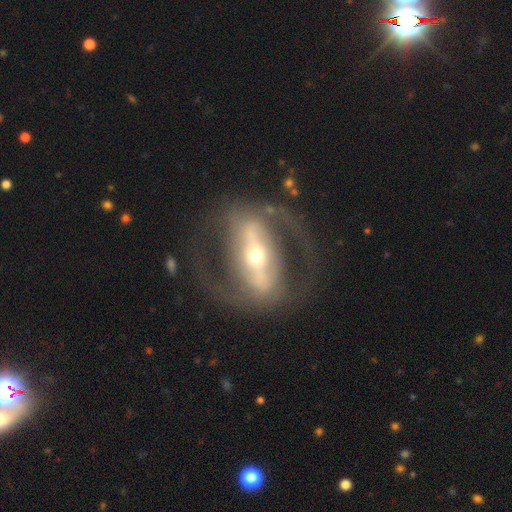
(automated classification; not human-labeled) The model was most divided on "bulge size": small: 48%, moderate: 45%, large: 5%, dominant: 1%, none: 1%. More confident: edge-on disk — no (88%); smooth or featured — featured or disk (84%); bar — strong (73%); merging — none (70%); spiral arms — yes (62%).